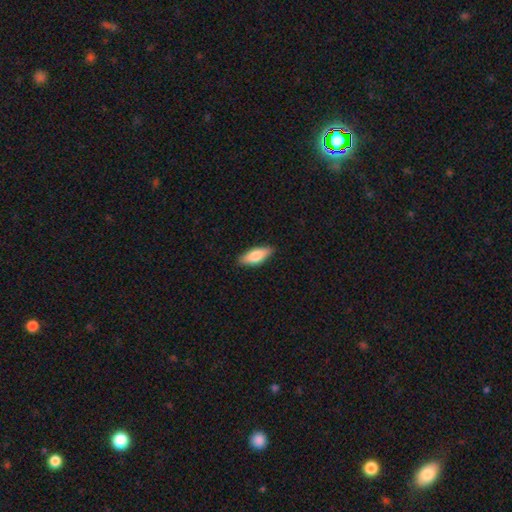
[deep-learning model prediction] A smooth galaxy with no disk features (71%) that is in between round and cigar-shaped (69%).

Vote fractions:
- Smooth or featured? smooth: 71% / featured or disk: 23% / star or artifact: 6%
- How rounded? in between: 69% / cigar-shaped: 28% / round: 2%
- Merging? none: 88% / minor disturbance: 9% / major disturbance: 2% / merger: 1%